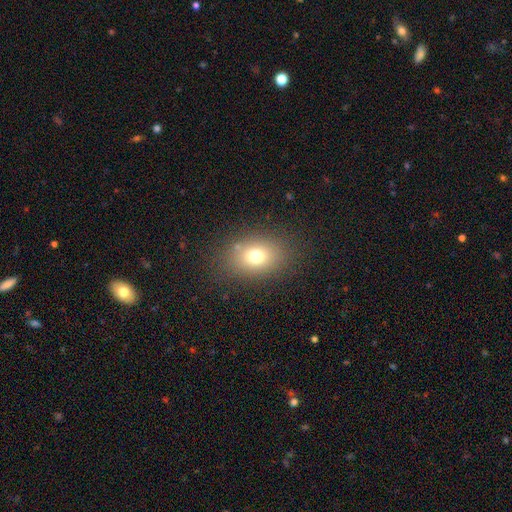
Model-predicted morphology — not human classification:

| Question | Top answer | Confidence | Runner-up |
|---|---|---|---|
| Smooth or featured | smooth | 72% | star or artifact (15%) |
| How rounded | in between | 67% | round (32%) |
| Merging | none | 85% | minor disturbance (9%) |